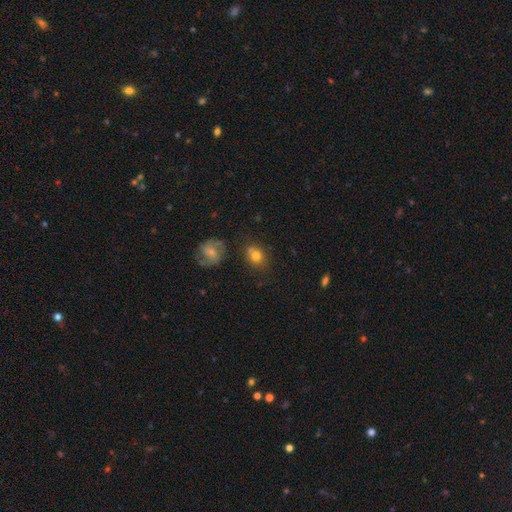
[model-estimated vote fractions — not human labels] smooth 75%, featured or disk 14%, star or artifact 12%. Down the decision tree: how rounded — round (64%); merging — none (62%).